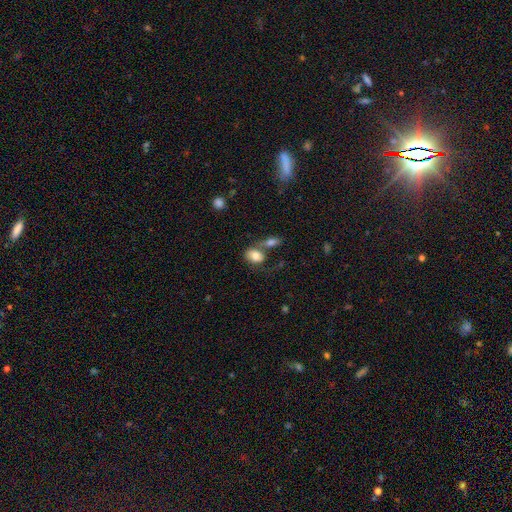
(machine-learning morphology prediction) The model was most divided on "merging": none: 39%, merger: 38%, minor disturbance: 15%, major disturbance: 9%. More confident: smooth or featured — smooth (79%); how rounded — in between (72%).